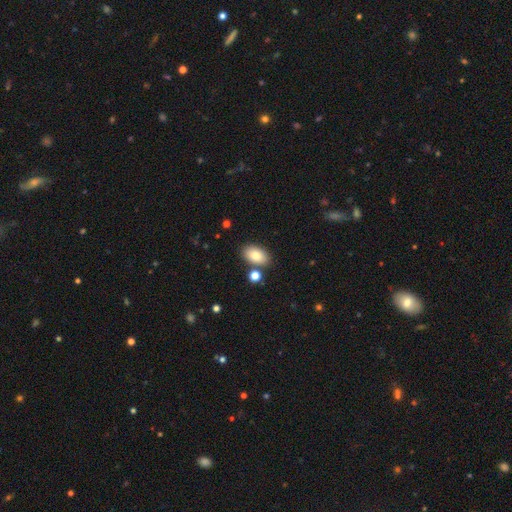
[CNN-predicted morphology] Smooth or featured? Predicted: smooth (p=0.83). How rounded? Predicted: in between (p=0.92). Merging? Predicted: none (p=0.81).